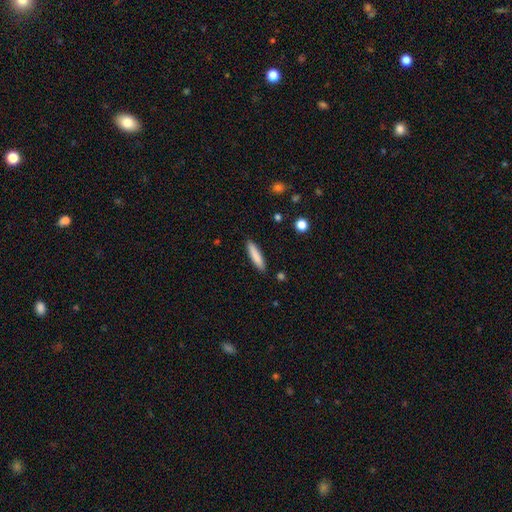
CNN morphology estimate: smooth 84%, featured or disk 10%, star or artifact 6%. Down the decision tree: how rounded — cigar-shaped (83%); merging — none (89%).